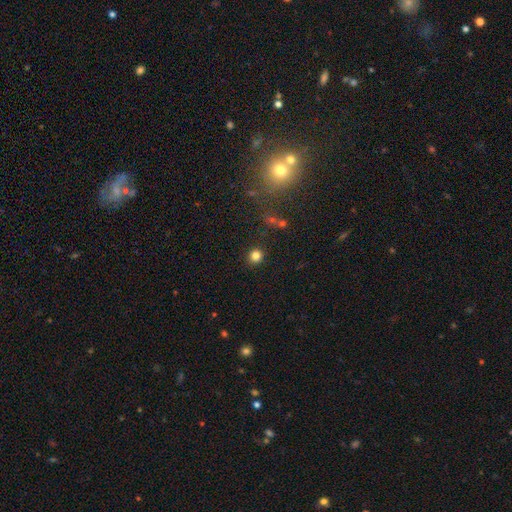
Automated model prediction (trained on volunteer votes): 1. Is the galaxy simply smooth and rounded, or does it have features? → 81% smooth, 13% star or artifact, 5% featured or disk.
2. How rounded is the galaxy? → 90% round, 10% in between, 1% cigar-shaped.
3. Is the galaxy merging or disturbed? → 89% none, 6% minor disturbance, 2% merger, 2% major disturbance.